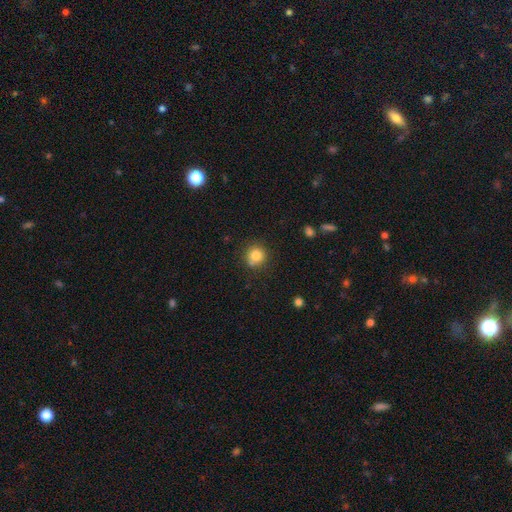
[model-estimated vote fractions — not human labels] Smooth or featured: smooth — 81% (star or artifact — 11%)
How rounded: round — 91% (in between — 8%)
Merging: none — 77% (minor disturbance — 13%)